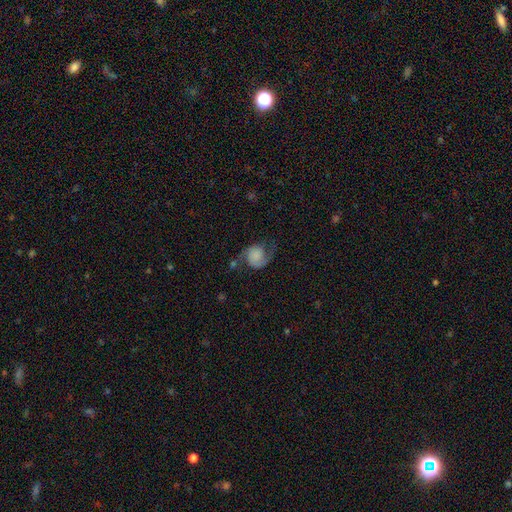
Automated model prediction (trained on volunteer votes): A featured or disk galaxy (71%) with no bar (77%), 2 (87%) loose (49%) spiral arms (95%) and no central bulge (41%).

Vote fractions:
- Smooth or featured? featured or disk: 71% / smooth: 21% / star or artifact: 8%
- Edge-on disk? no: 98% / yes: 2%
- Bar? no: 77% / weak: 19% / strong: 4%
- Spiral arms? yes: 95% / no: 5%
- Spiral winding? loose: 49% / medium: 38% / tight: 14%
- Spiral arm count? 2: 87% / 1: 8% / can't tell: 2% / 3: 1% / 4: 1% / more than 4: 1%
- Bulge size? none: 41% / large: 19% / small: 15% / dominant: 14% / moderate: 11%
- Merging? none: 59% / minor disturbance: 23% / major disturbance: 15% / merger: 4%